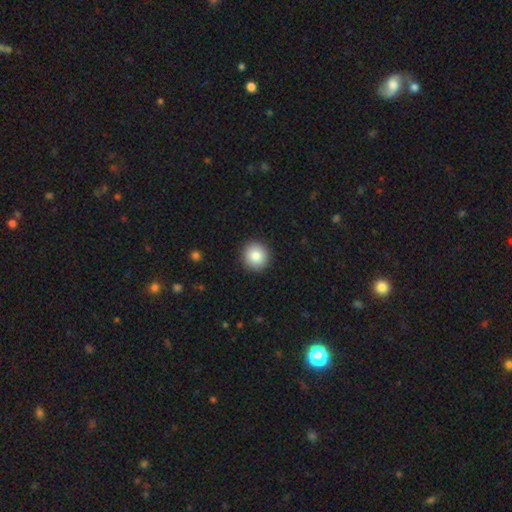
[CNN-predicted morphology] smooth_or_featured: smooth (p=0.86) [alt: star or artifact p=0.08]
how_rounded: round (p=0.93) [alt: in between p=0.06]
merging: none (p=0.92) [alt: minor disturbance p=0.05]